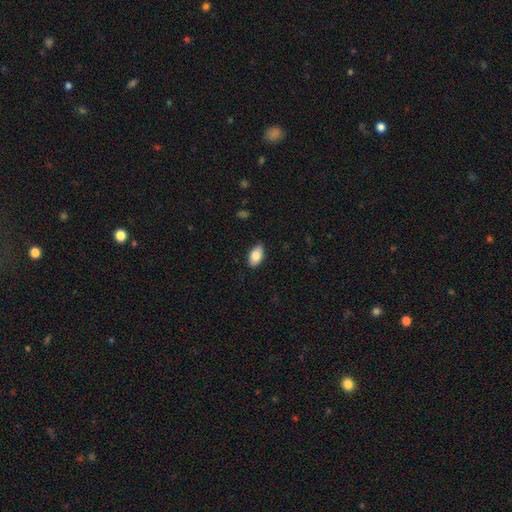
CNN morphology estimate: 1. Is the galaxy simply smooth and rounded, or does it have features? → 82% smooth, 11% featured or disk, 7% star or artifact.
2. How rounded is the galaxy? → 94% in between, 4% round, 2% cigar-shaped.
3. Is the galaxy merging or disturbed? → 84% none, 13% minor disturbance, 2% major disturbance, 1% merger.